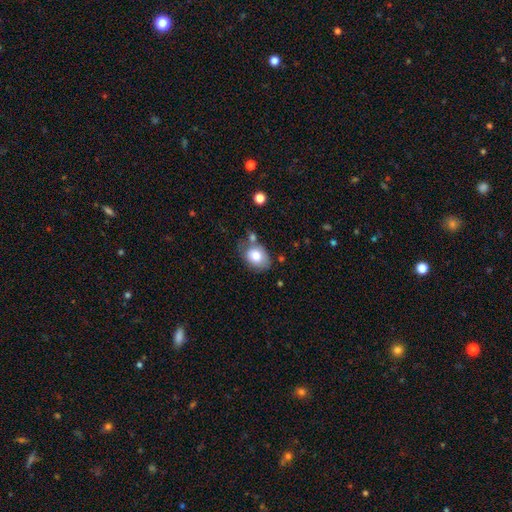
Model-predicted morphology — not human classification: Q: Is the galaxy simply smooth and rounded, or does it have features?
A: smooth — 78%.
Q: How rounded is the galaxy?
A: in between — 69%.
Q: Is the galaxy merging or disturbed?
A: none — 56%.